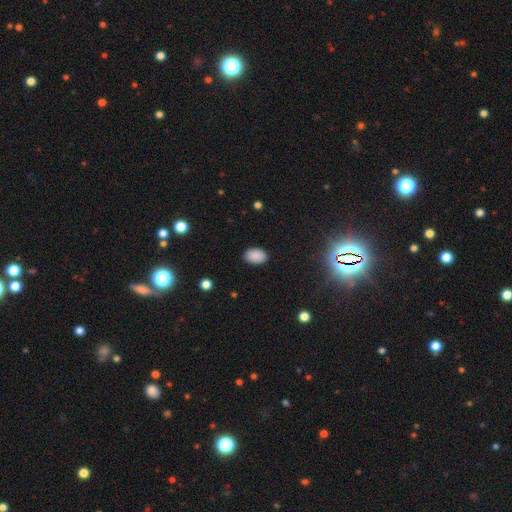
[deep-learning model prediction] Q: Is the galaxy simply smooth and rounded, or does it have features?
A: smooth — 88%.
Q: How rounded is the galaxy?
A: in between — 90%.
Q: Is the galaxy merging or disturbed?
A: none — 88%.